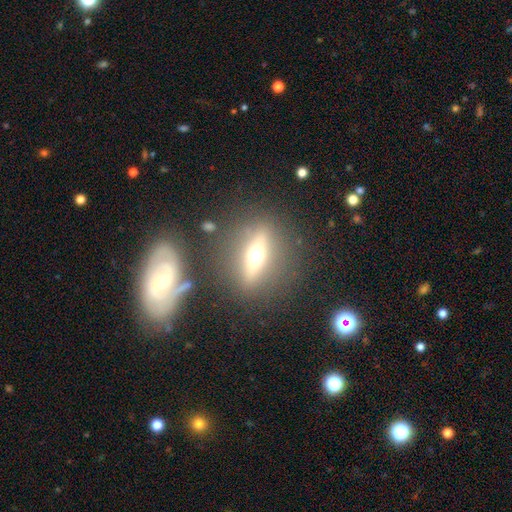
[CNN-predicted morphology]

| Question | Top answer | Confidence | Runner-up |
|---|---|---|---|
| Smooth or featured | featured or disk | 60% | smooth (29%) |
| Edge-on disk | yes | 79% | no (21%) |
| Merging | none | 80% | minor disturbance (10%) |